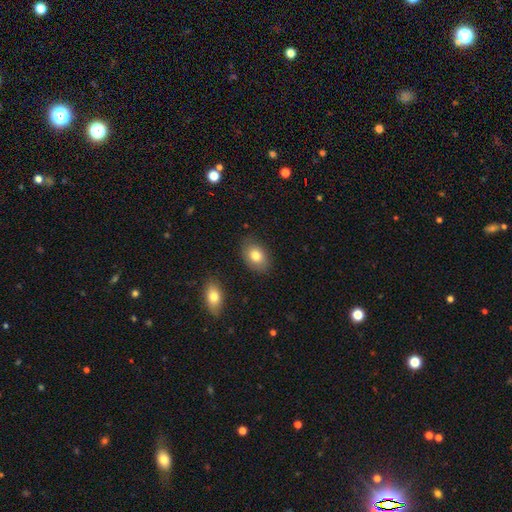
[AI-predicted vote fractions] A smooth galaxy with no disk features (79%) that is in between round and cigar-shaped (83%). Merging: none (81%).